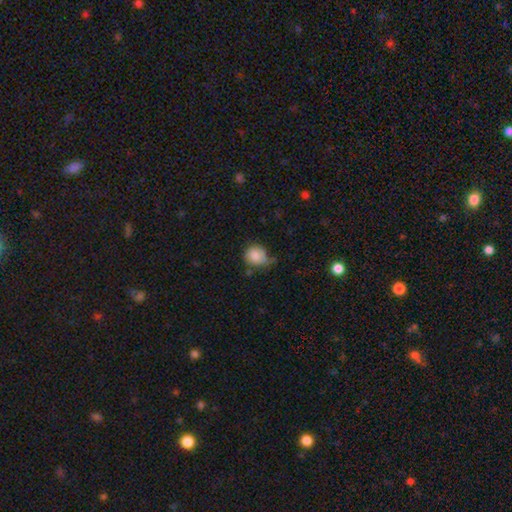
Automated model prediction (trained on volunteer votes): A smooth galaxy with no disk features (83%) that is round (81%).

Vote fractions:
- Smooth or featured? smooth: 83% / featured or disk: 9% / star or artifact: 8%
- How rounded? round: 81% / in between: 18% / cigar-shaped: 1%
- Merging? none: 45% / minor disturbance: 36% / major disturbance: 13% / merger: 6%